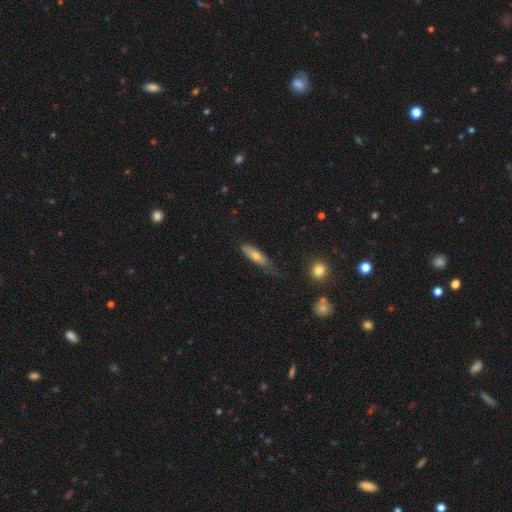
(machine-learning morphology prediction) smooth 65%, featured or disk 28%, star or artifact 7%. Down the decision tree: how rounded — cigar-shaped (53%); merging — none (44%).